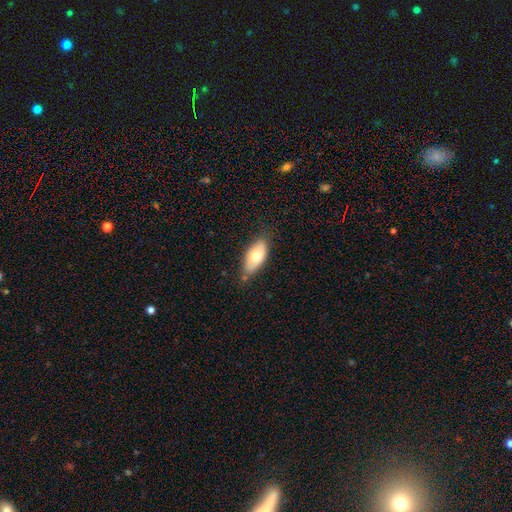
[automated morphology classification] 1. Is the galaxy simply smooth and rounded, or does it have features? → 67% smooth, 26% featured or disk, 7% star or artifact.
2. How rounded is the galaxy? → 91% in between, 6% cigar-shaped, 3% round.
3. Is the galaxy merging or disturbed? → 74% none, 19% minor disturbance, 4% major disturbance, 3% merger.